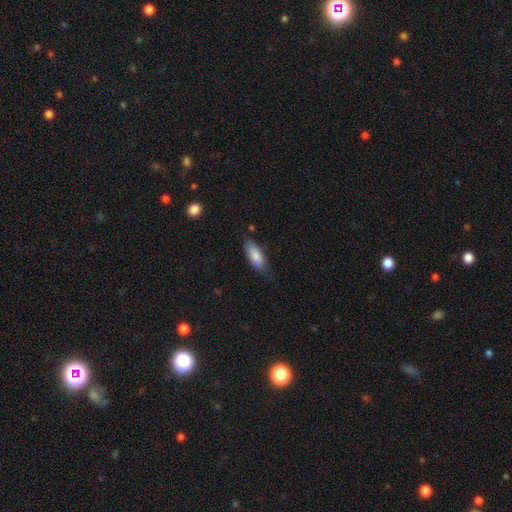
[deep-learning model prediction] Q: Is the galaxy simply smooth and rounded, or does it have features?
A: smooth — 83%.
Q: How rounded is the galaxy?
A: in between — 81%.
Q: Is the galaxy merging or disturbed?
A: none — 61%.